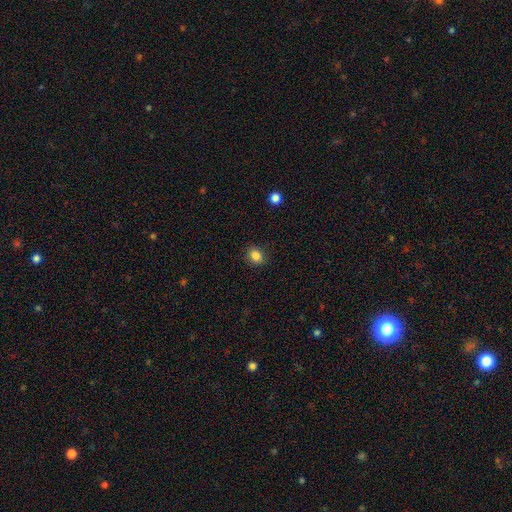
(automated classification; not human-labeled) Smooth or featured? smooth (85%)
How rounded? round (56%)
Merging? none (88%)